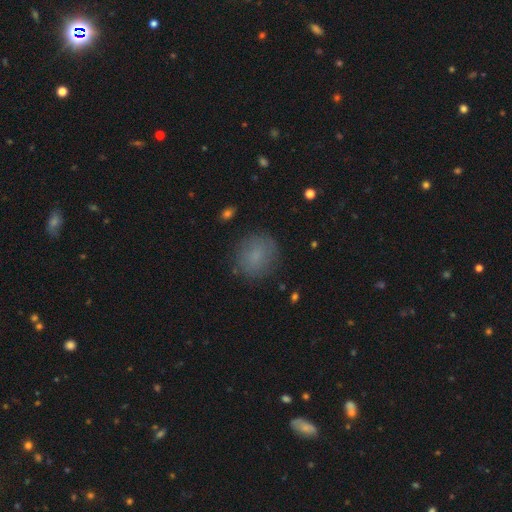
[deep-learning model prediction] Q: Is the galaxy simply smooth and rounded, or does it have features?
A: smooth — 77%.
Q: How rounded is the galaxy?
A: round — 82%.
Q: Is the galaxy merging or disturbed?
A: none — 81%.